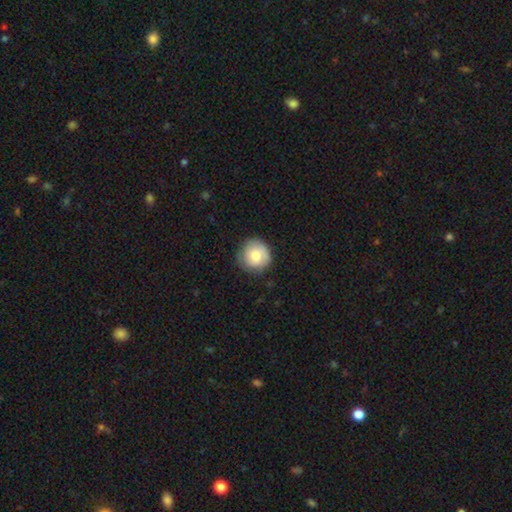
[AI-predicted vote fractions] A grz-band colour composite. It shows a smooth galaxy with no disk features (72%) that is round (94%). Merging: none (81%).